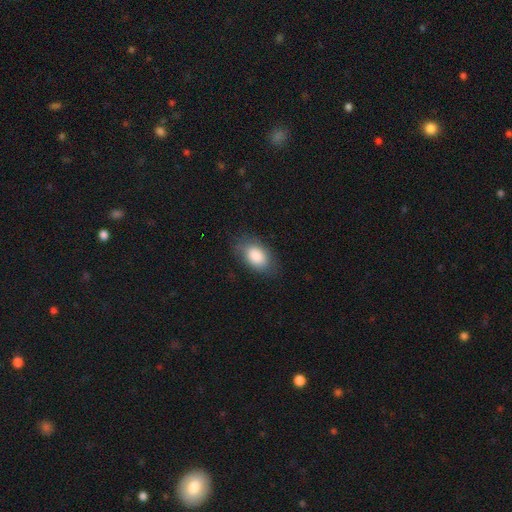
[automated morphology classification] Overall: smooth (86%). How rounded: in between (91%). Merging: none (77%).